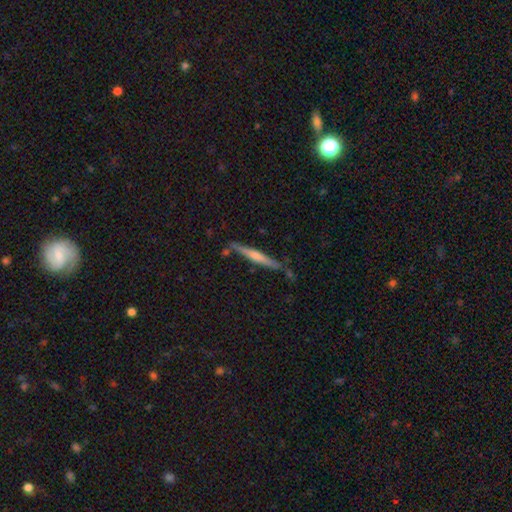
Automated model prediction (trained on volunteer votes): Smooth or featured? Predicted: featured or disk (p=0.72). Edge-on disk? Predicted: yes (p=0.96). Edge-on bulge? Predicted: rounded (p=0.68). Merging? Predicted: none (p=0.80).